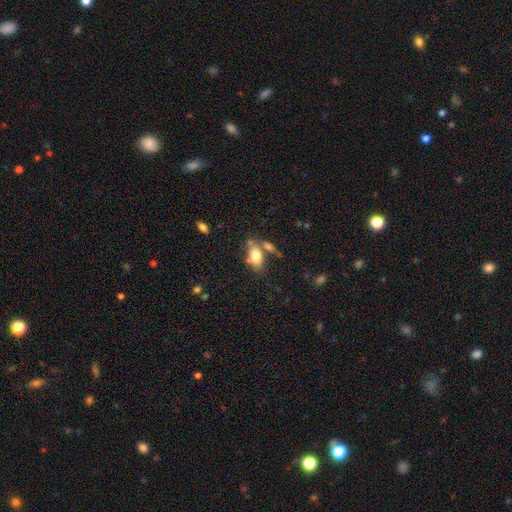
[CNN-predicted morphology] smooth-or-featured: smooth: 75% | featured or disk: 17% | star or artifact: 8%
  how-rounded: in between: 87% | round: 7% | cigar-shaped: 6%
  merging: none: 53% | merger: 25% | minor disturbance: 15% | major disturbance: 6%